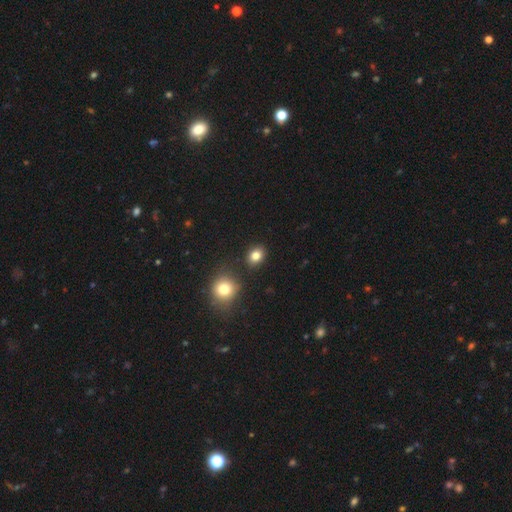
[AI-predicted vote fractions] smooth 82%, star or artifact 11%, featured or disk 7%. Down the decision tree: how rounded — in between (52%); merging — none (84%).